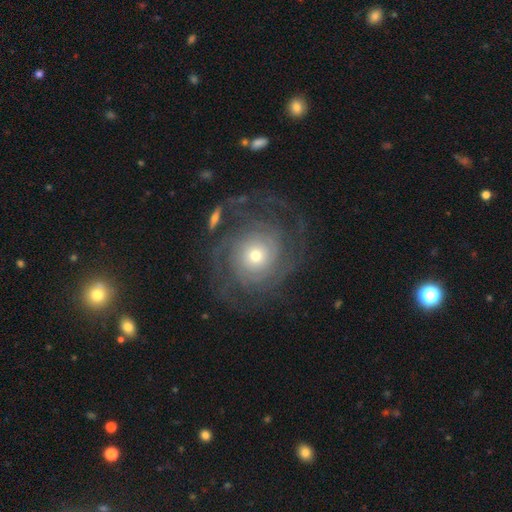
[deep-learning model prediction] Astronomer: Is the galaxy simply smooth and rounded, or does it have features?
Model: featured or disk — 84%.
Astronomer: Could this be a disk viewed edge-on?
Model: no — 97%.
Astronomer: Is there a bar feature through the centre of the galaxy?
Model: no — 83%.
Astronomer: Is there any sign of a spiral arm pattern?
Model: yes — 94%.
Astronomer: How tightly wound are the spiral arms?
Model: tight — 70%.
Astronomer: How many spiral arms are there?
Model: can't tell — 33% (runner-up: 2, 19%).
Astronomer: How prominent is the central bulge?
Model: small — 49% (runner-up: moderate, 44%).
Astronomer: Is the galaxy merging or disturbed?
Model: none — 68%.